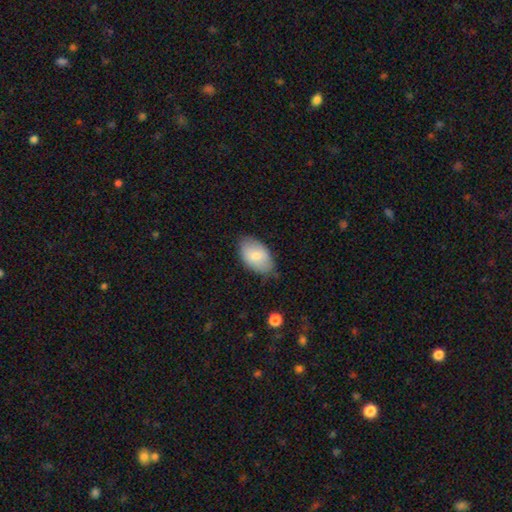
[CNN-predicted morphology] Smooth or featured?
  - smooth: 78% *
  - featured or disk: 16%
  - star or artifact: 6%
How rounded?
  - in between: 93% *
  - round: 6%
  - cigar-shaped: 1%
Merging?
  - none: 72% *
  - minor disturbance: 23%
  - major disturbance: 4%
  - merger: 1%